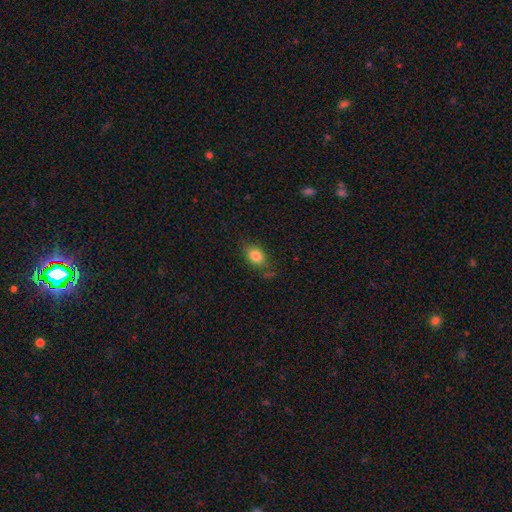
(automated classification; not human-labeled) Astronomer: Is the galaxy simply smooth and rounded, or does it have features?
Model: smooth — 82%.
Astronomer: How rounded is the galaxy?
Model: in between — 69%.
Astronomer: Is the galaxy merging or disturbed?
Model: none — 71%.